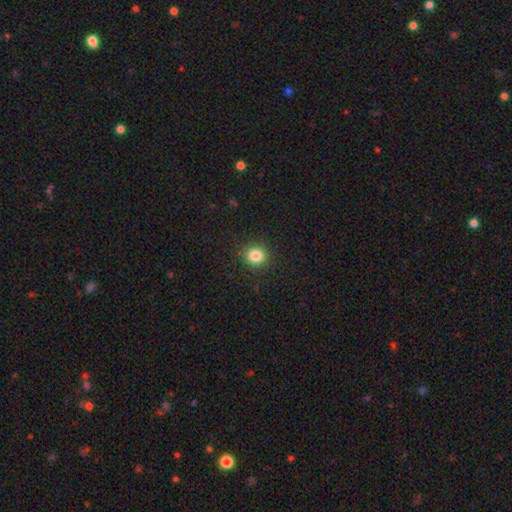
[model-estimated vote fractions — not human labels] This is clearly a smooth galaxy (84%). How rounded: clearly round (82%). Merging: clearly none (89%).